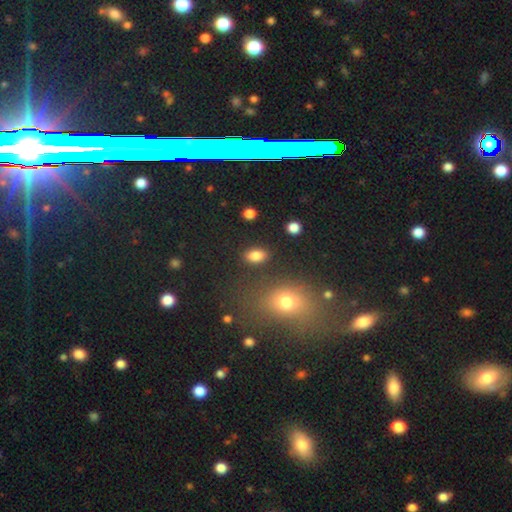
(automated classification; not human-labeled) Smooth or featured? smooth (84%)
How rounded? in between (87%)
Merging? none (86%)